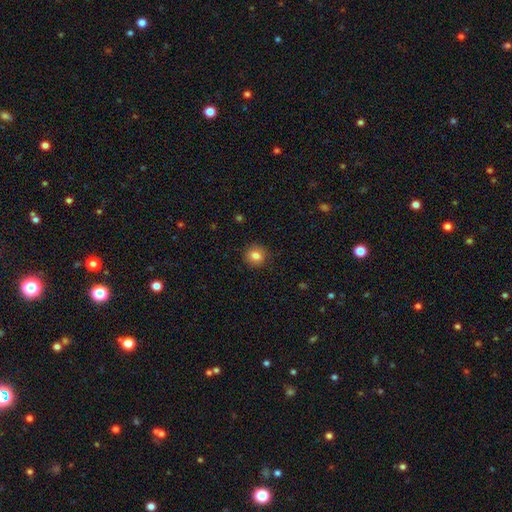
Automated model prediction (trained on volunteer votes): smooth_or_featured: smooth (p=0.83) [alt: star or artifact p=0.10]
how_rounded: round (p=0.85) [alt: in between p=0.14]
merging: none (p=0.88) [alt: minor disturbance p=0.09]